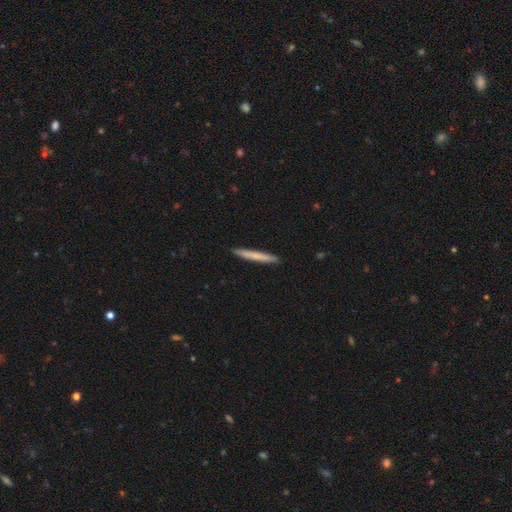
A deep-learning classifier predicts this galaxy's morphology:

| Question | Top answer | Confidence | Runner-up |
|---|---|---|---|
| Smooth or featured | smooth | 70% | featured or disk (25%) |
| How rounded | cigar-shaped | 97% | in between (2%) |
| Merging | none | 92% | minor disturbance (6%) |